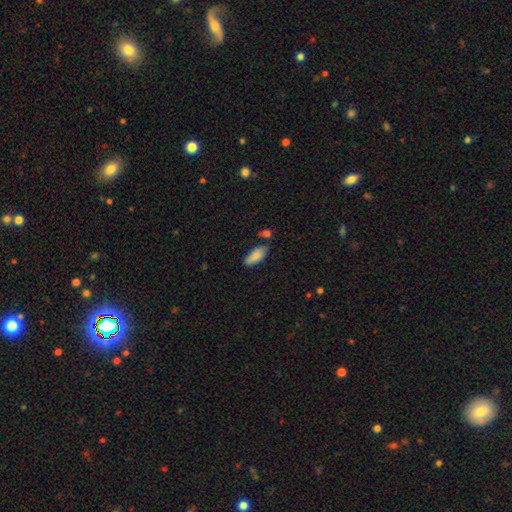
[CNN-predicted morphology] A smooth galaxy with no disk features (86%) that is in between round and cigar-shaped (81%). Merging: none (72%).